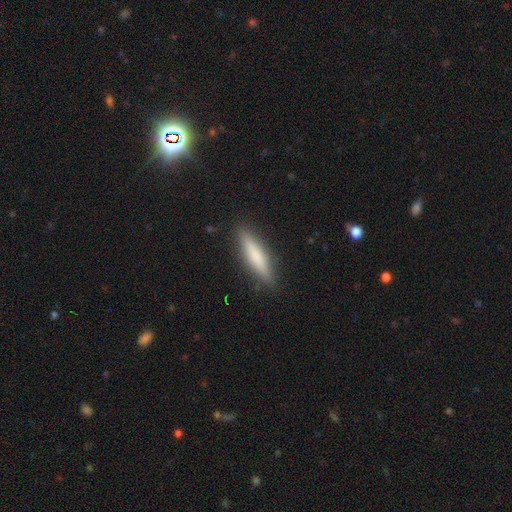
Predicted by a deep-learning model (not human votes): Smooth or featured? smooth (65%)
How rounded? cigar-shaped (85%)
Merging? none (89%)